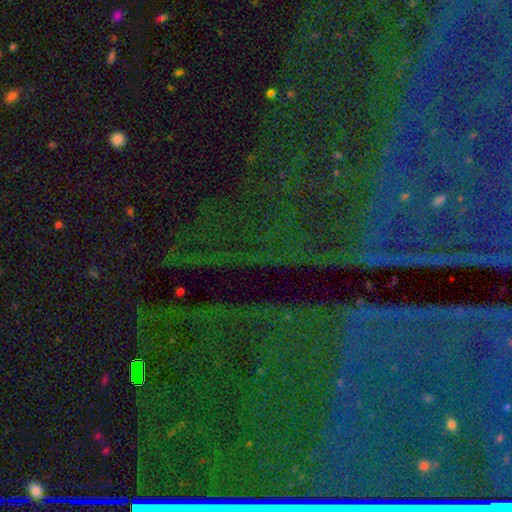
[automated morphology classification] This is clearly a star or artifact rather than a galaxy (85%).